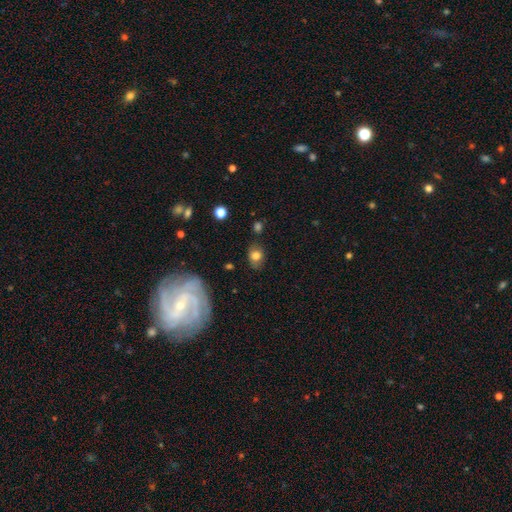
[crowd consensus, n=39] smooth 87%, star or artifact 8%, featured or disk 5%. Down the decision tree: how rounded — in between (68%); merging — none (64%).